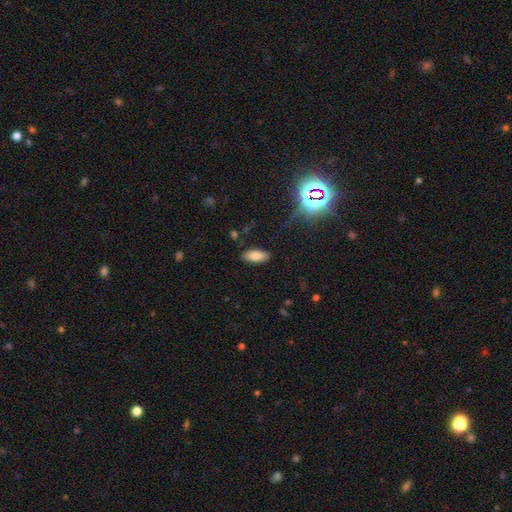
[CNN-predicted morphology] Q: Smooth or featured?
A: smooth (82%); runner-up: star or artifact (10%)
Q: How rounded?
A: in between (83%); runner-up: cigar-shaped (15%)
Q: Merging?
A: none (86%); runner-up: minor disturbance (10%)